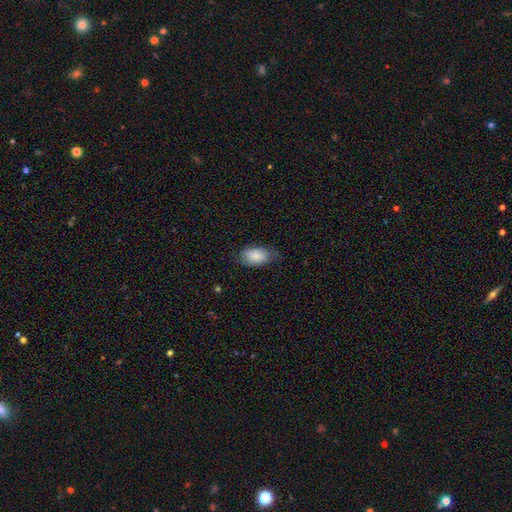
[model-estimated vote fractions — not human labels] Smooth or featured: smooth — 83% (featured or disk — 11%)
How rounded: in between — 93% (round — 5%)
Merging: none — 64% (minor disturbance — 28%)